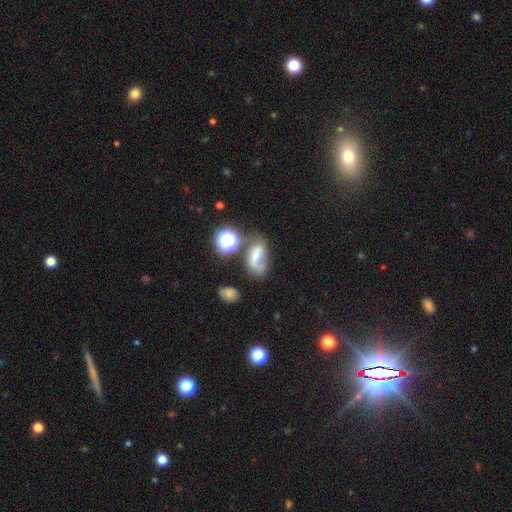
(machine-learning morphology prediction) featured or disk 46%, smooth 35%, star or artifact 18%. Down the decision tree: merging — none (38%).